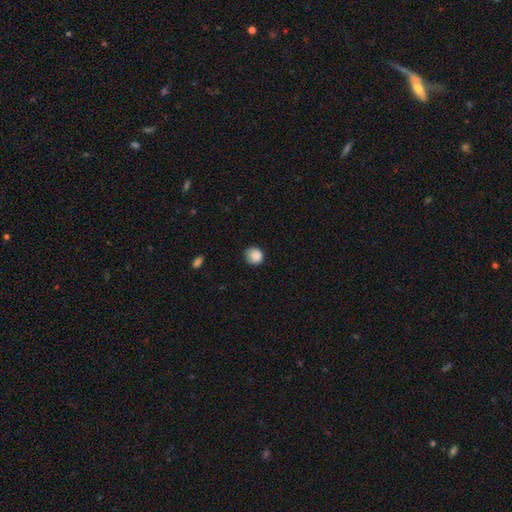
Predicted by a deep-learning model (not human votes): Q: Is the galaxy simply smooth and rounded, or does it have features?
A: smooth — 87%.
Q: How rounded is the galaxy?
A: round — 84%.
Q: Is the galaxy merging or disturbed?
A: none — 73%.